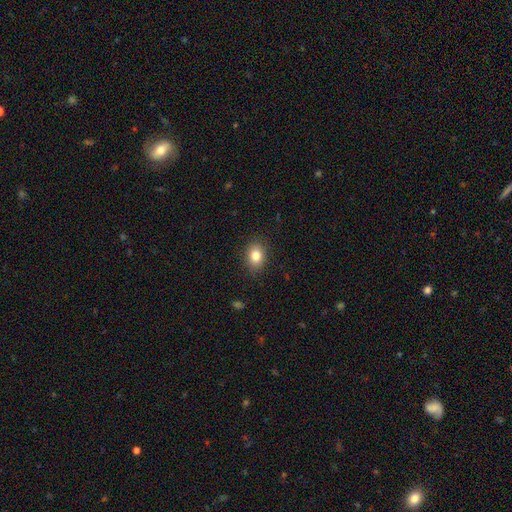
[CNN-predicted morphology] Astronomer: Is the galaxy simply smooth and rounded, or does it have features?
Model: smooth — 82%.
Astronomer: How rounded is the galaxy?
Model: in between — 66%.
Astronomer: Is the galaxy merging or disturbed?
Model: none — 87%.